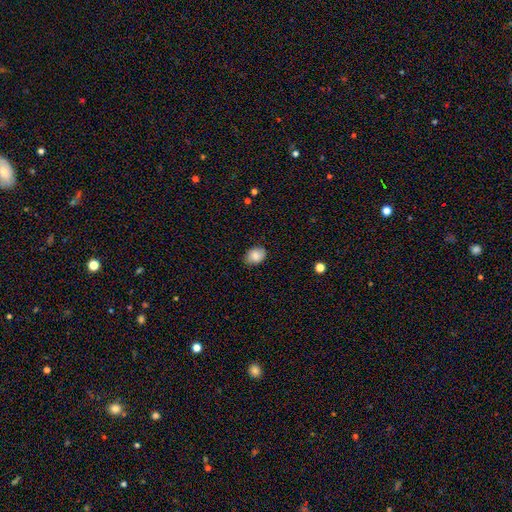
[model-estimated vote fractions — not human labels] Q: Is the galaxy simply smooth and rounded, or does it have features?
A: smooth — 84%.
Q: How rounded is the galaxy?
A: in between — 66%.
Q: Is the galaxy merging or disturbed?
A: none — 82%.